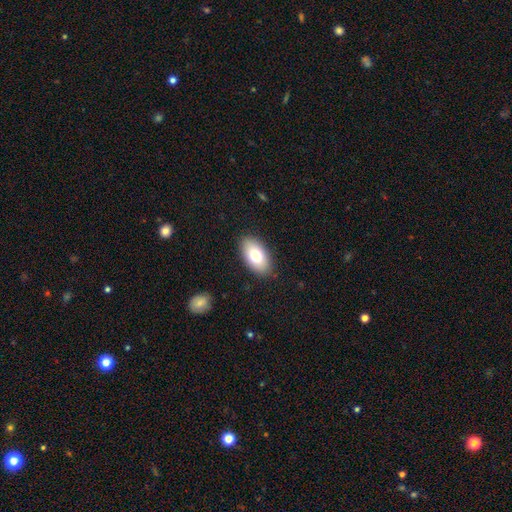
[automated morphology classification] This is likely a smooth galaxy (78%). How rounded: clearly in between (94%). Merging: clearly none (87%).